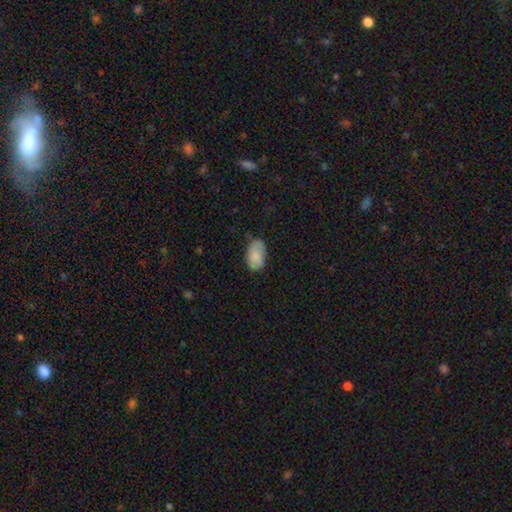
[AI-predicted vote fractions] smooth 84%, featured or disk 9%, star or artifact 7%. Down the decision tree: how rounded — in between (93%); merging — none (65%).